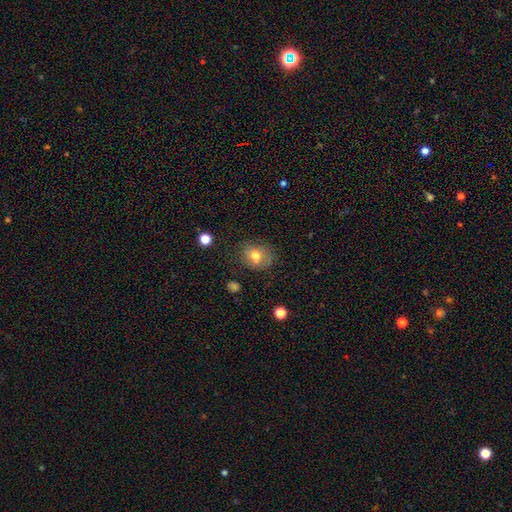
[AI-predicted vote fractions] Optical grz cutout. It shows a smooth galaxy with no disk features (72%) that is round (60%). Merging: none (69%).